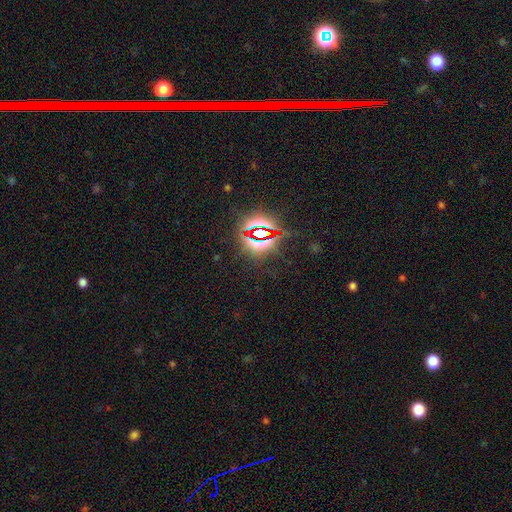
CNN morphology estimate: smooth-or-featured: star or artifact: 83% | smooth: 10% | featured or disk: 7%